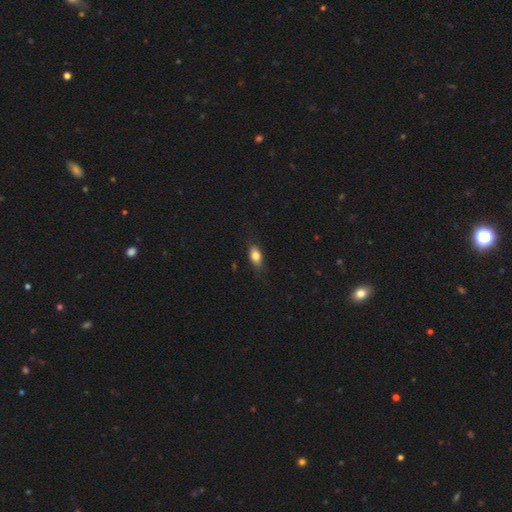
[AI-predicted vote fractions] smooth-or-featured: smooth: 82% | featured or disk: 10% | star or artifact: 8%
  how-rounded: in between: 86% | round: 8% | cigar-shaped: 7%
  merging: none: 82% | minor disturbance: 15% | major disturbance: 3% | merger: 1%